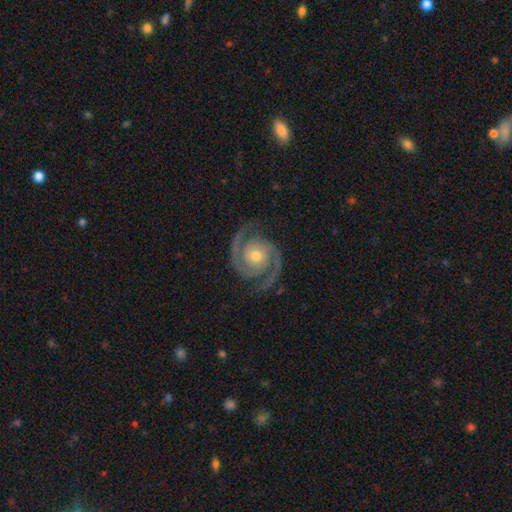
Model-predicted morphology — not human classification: featured or disk 94%, star or artifact 4%, smooth 3%. Down the decision tree: edge-on disk — no (98%); bar — no (74%); spiral arms — yes (99%); spiral arm count — 2 (94%); spiral winding — tight (52%); bulge size — moderate (61%); merging — none (85%).